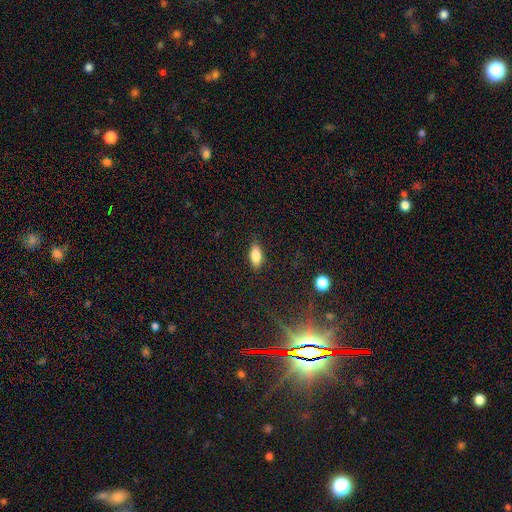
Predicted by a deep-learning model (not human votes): This is clearly a smooth galaxy (81%). How rounded: clearly in between (83%). Merging: clearly none (85%).